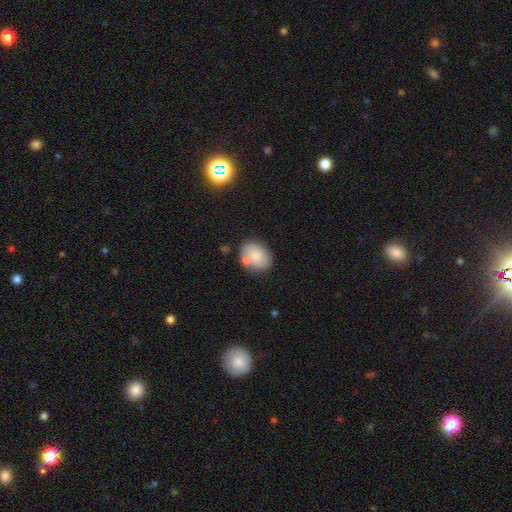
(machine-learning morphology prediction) smooth 73%, featured or disk 20%, star or artifact 7%. Down the decision tree: how rounded — in between (52%); merging — none (59%).